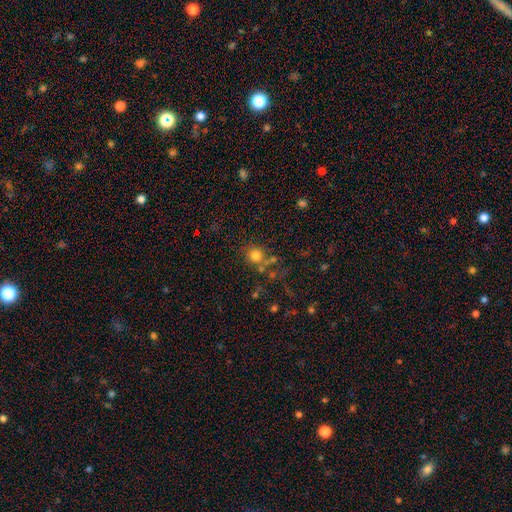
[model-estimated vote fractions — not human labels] smooth 75%, star or artifact 16%, featured or disk 9%. Down the decision tree: how rounded — round (87%); merging — none (63%).